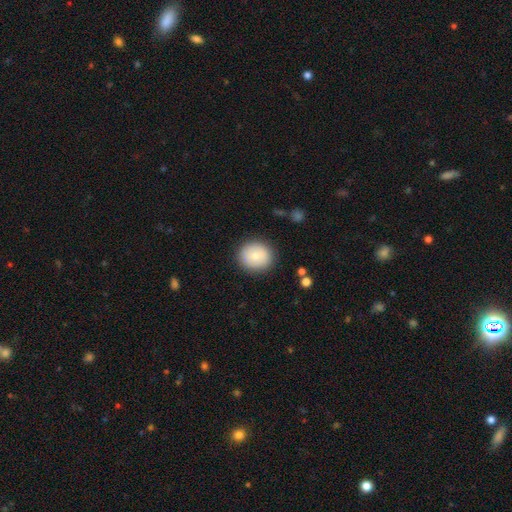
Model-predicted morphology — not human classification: smooth 80%, featured or disk 12%, star or artifact 7%. Down the decision tree: how rounded — round (84%); merging — none (87%).